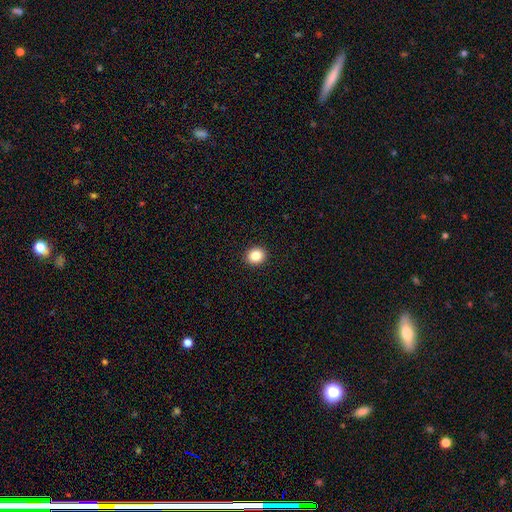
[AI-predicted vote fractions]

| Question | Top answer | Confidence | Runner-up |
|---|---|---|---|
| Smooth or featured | smooth | 86% | star or artifact (10%) |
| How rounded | round | 77% | in between (22%) |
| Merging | none | 93% | minor disturbance (5%) |